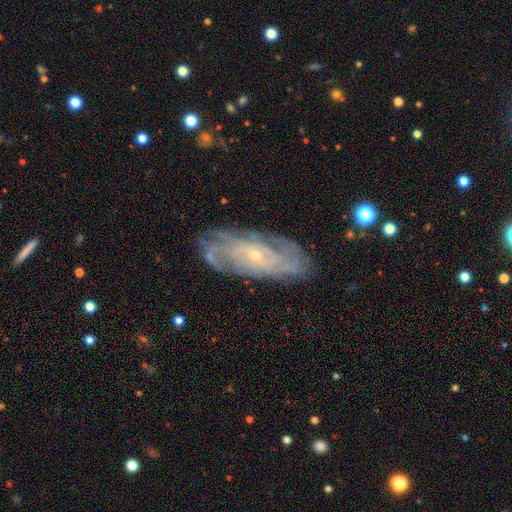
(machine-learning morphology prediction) This is clearly a featured or disk galaxy (81%). It is clearly not viewed edge-on (89%). Bar: likely no (74%). Spiral arm pattern: clearly yes (92%). Spiral arm count: marginally can't tell (45%). Spiral winding: likely tight (70%). Central bulge: clearly small (81%). Merging: likely none (79%).